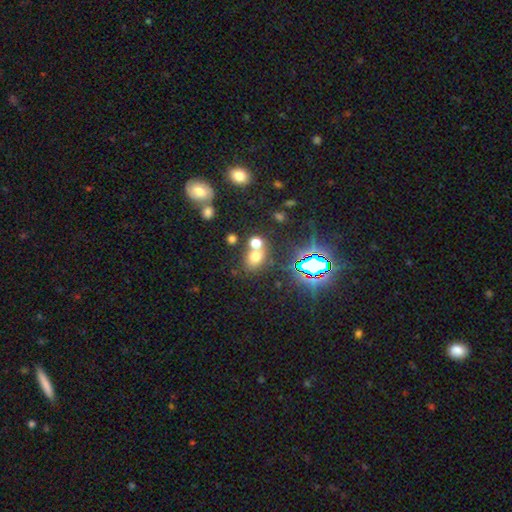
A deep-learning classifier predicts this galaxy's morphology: type=smooth (61%); roundness=in between (50%); merging=none (53%).